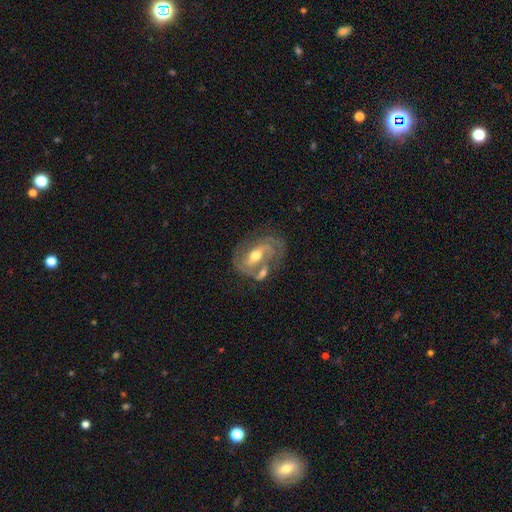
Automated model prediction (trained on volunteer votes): This is clearly a featured or disk galaxy (82%). It is clearly not viewed edge-on (95%). Bar: marginally weak (41%). Spiral arm pattern: clearly yes (88%). Spiral arm count: likely 2 (69%). Spiral winding: possibly medium (46%). Central bulge: likely moderate (74%). Merging: marginally none (45%).